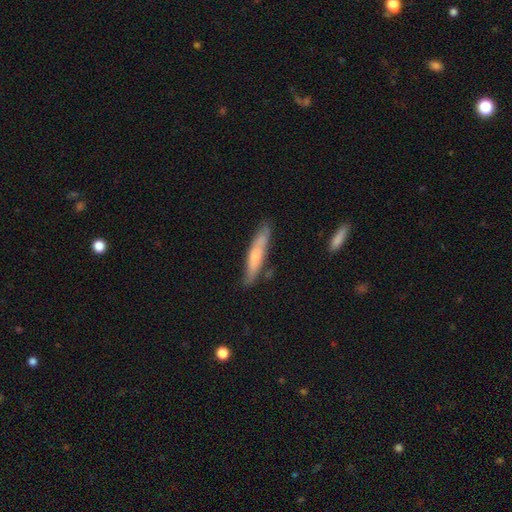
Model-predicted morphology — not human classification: This is likely a smooth galaxy (62%). How rounded: clearly cigar-shaped (89%). Merging: likely none (77%).